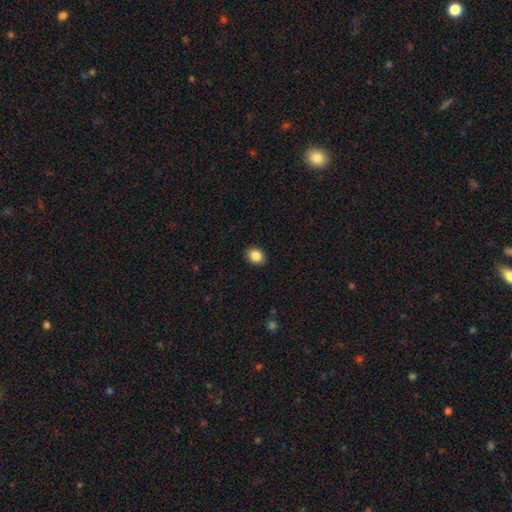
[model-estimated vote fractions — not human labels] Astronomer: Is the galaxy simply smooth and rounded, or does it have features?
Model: smooth — 86%.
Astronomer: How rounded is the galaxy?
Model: in between — 53% (runner-up: round, 46%).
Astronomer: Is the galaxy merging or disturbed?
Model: none — 91%.